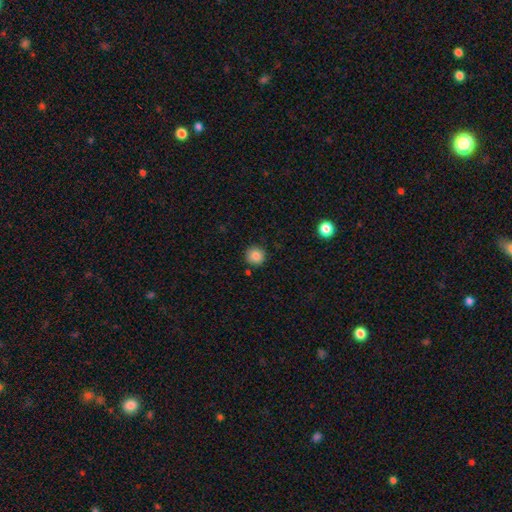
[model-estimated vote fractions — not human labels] smooth 86%, star or artifact 10%, featured or disk 5%. Down the decision tree: how rounded — round (94%); merging — none (89%).